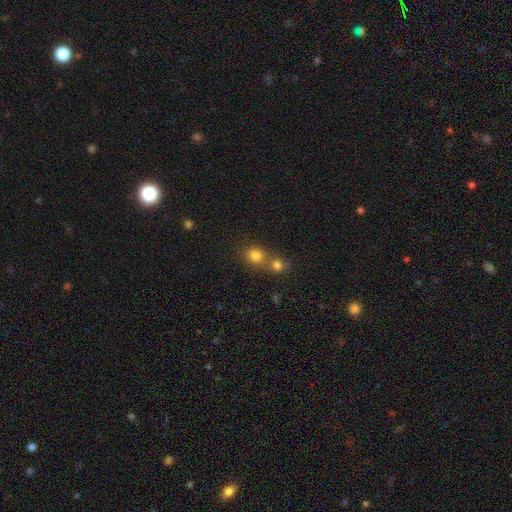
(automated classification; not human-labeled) Smooth or featured? Predicted: smooth (p=0.79). How rounded? Predicted: round (p=0.82). Merging? Predicted: none (p=0.50).